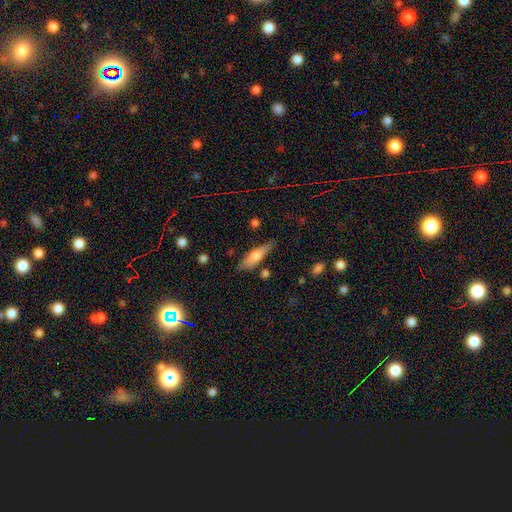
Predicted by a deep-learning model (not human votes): The model was most divided on "smooth or featured": smooth: 56%, featured or disk: 38%, star or artifact: 6%. More confident: merging — none (76%); how rounded — cigar-shaped (68%).